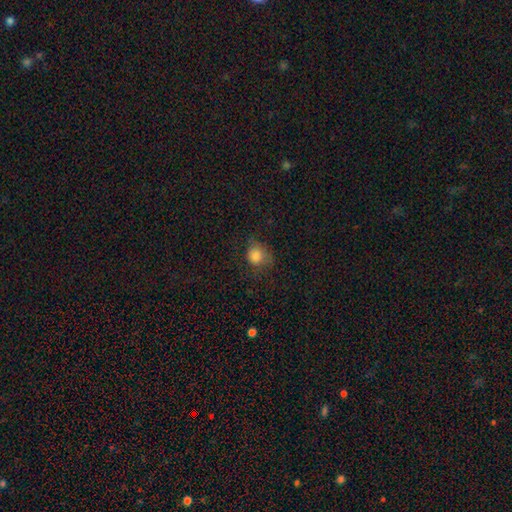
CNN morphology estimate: This appears to be a smooth galaxy with no disk features (83%) that is round (75%). Merging: none (59%).